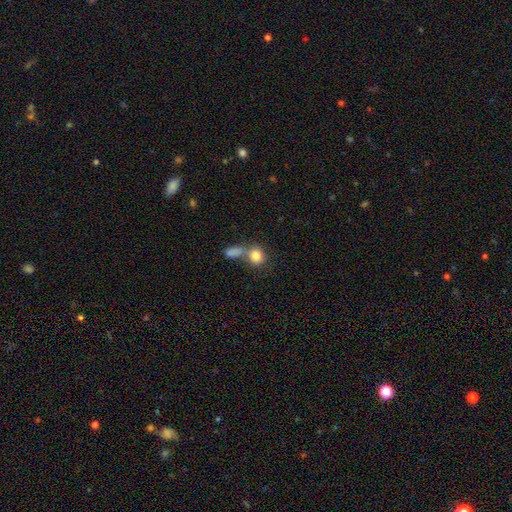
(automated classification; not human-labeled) smooth_or_featured: smooth (p=0.82) [alt: star or artifact p=0.10]
how_rounded: round (p=0.74) [alt: in between p=0.25]
merging: none (p=0.44) [alt: merger p=0.40]